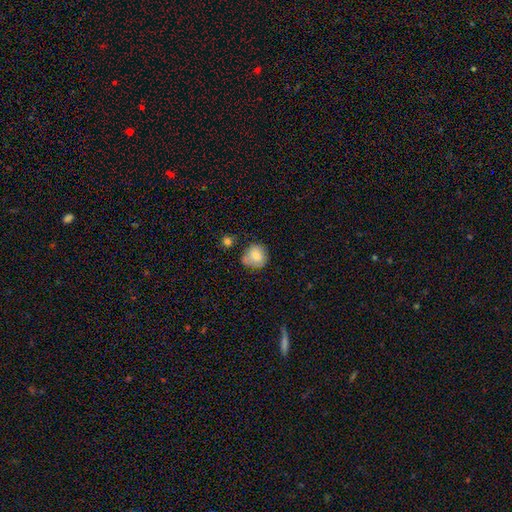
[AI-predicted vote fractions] Smooth or featured? smooth (79%)
How rounded? round (80%)
Merging? none (59%)